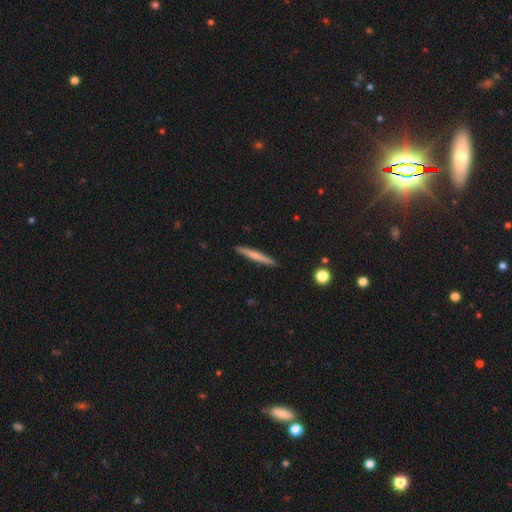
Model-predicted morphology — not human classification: The model was most divided on "smooth or featured": smooth: 57%, featured or disk: 37%, star or artifact: 6%. More confident: how rounded — cigar-shaped (96%); merging — none (92%).